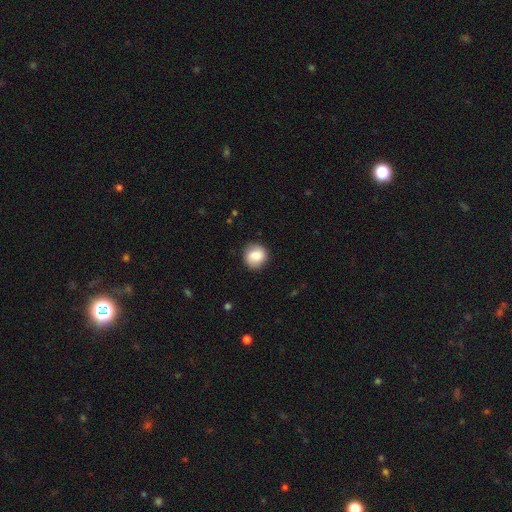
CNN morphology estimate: smooth 82%, featured or disk 11%, star or artifact 8%. Down the decision tree: how rounded — round (86%); merging — none (84%).